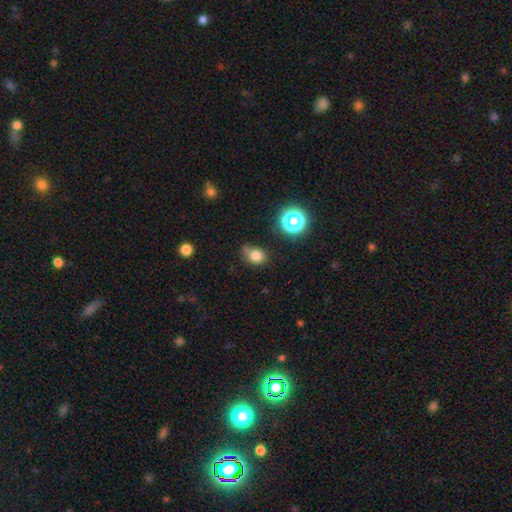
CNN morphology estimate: type=smooth (79%); roundness=round (56%); merging=none (60%).